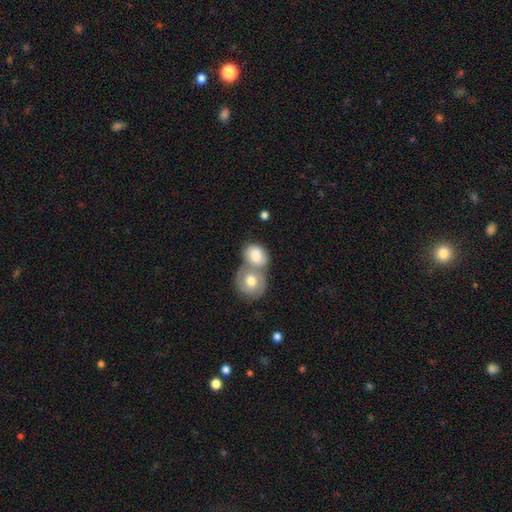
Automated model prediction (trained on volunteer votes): Overall: smooth (71%). How rounded: in between (51%; round 48%). Merging: merger (64%).